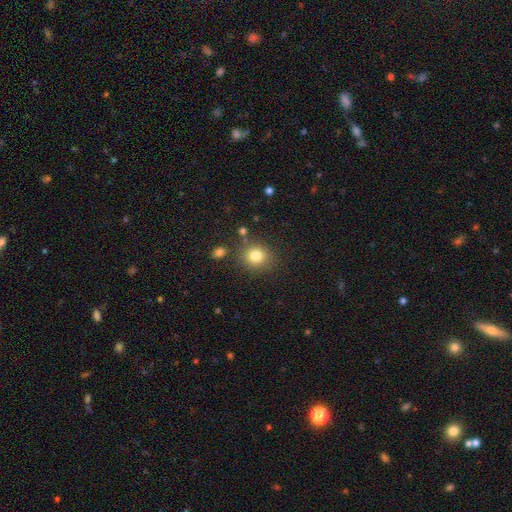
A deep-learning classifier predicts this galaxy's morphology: Smooth or featured? smooth (81%)
How rounded? round (83%)
Merging? none (81%)